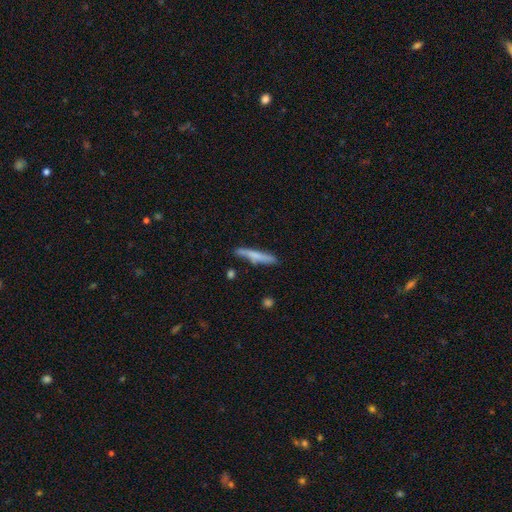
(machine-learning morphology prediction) Smooth or featured? smooth (65%)
How rounded? cigar-shaped (93%)
Merging? none (74%)